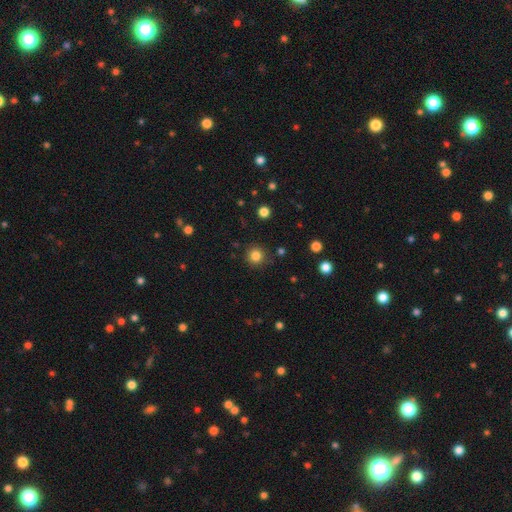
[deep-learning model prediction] A smooth galaxy with no disk features (83%) that is round (94%). Merging: none (88%).